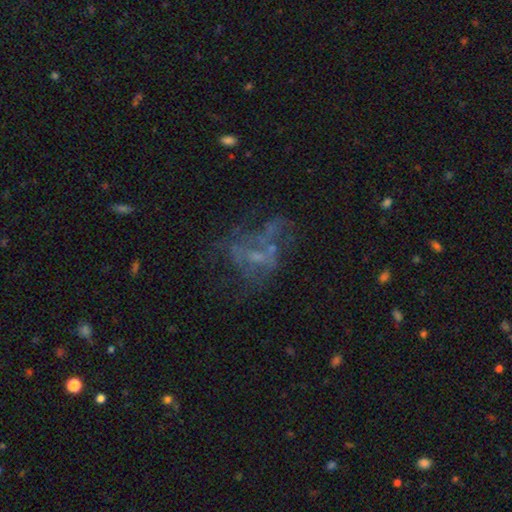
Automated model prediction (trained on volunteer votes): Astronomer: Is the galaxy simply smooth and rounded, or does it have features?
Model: featured or disk — 56%.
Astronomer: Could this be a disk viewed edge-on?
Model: no — 97%.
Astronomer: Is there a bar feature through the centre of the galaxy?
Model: no — 78%.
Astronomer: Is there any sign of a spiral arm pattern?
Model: no — 81%.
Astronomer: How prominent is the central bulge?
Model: none — 49% (runner-up: small, 34%).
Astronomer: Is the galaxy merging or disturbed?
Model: none — 38% (runner-up: major disturbance, 35%).